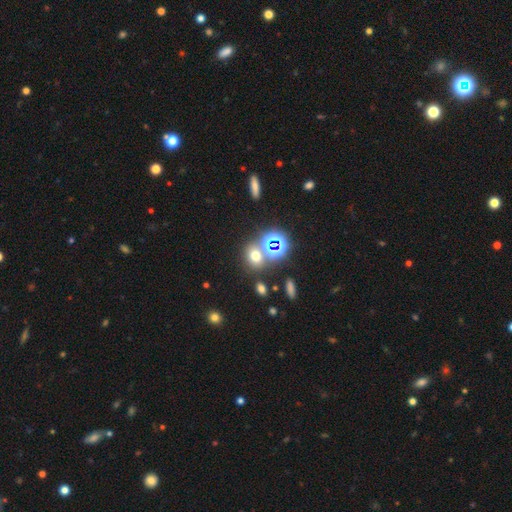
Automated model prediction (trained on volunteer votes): A smooth galaxy with no disk features (58%) that is round (61%). Merging: none (66%).